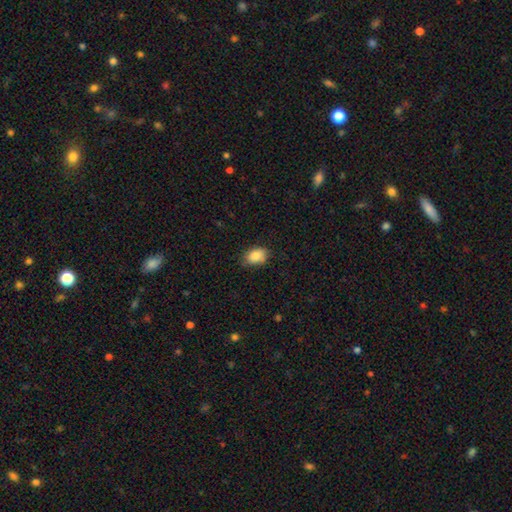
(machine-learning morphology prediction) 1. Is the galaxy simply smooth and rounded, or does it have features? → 86% smooth, 8% star or artifact, 6% featured or disk.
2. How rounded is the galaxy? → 82% in between, 17% round, 1% cigar-shaped.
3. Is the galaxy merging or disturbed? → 78% none, 18% minor disturbance, 3% major disturbance, 1% merger.